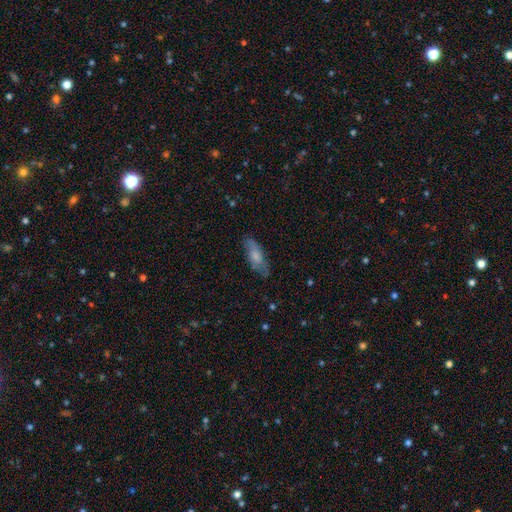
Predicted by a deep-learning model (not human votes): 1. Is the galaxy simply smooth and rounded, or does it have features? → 65% smooth, 28% featured or disk, 7% star or artifact.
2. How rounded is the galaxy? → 65% in between, 32% cigar-shaped, 2% round.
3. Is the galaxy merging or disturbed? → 68% none, 23% minor disturbance, 7% major disturbance, 2% merger.